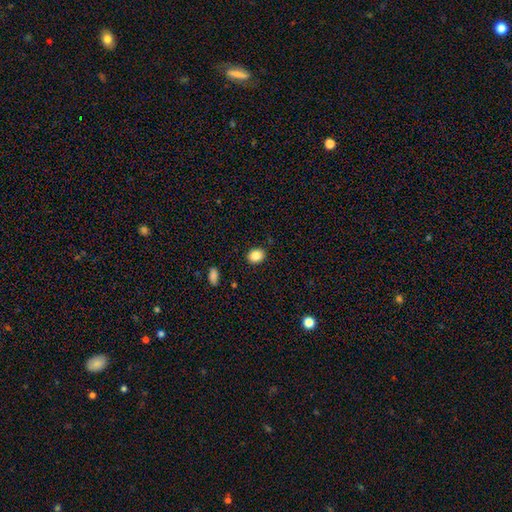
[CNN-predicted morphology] A smooth galaxy with no disk features (86%) that is in between round and cigar-shaped (52%). Merging: none (88%).